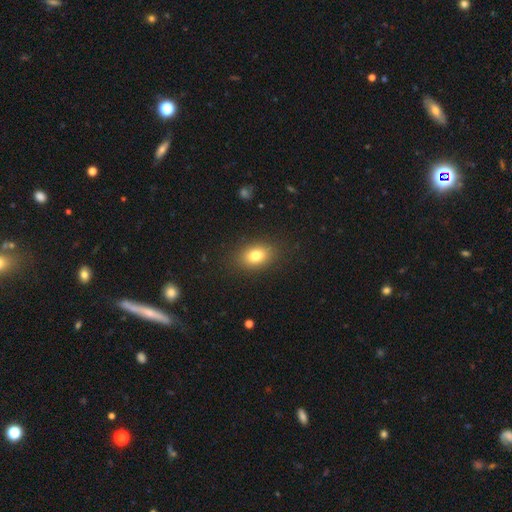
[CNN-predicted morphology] A smooth galaxy with no disk features (79%) that is in between round and cigar-shaped (75%). Merging: none (87%).